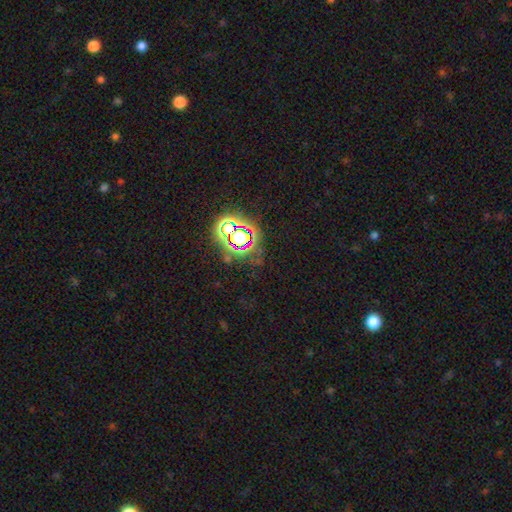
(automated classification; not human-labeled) Smooth or featured? Predicted: star or artifact (p=0.76).